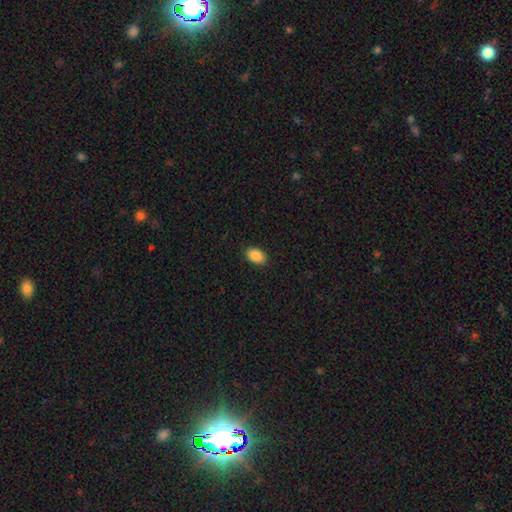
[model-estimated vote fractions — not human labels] smooth_or_featured: smooth (p=0.89) [alt: star or artifact p=0.08]
how_rounded: in between (p=0.89) [alt: round p=0.10]
merging: none (p=0.89) [alt: minor disturbance p=0.08]